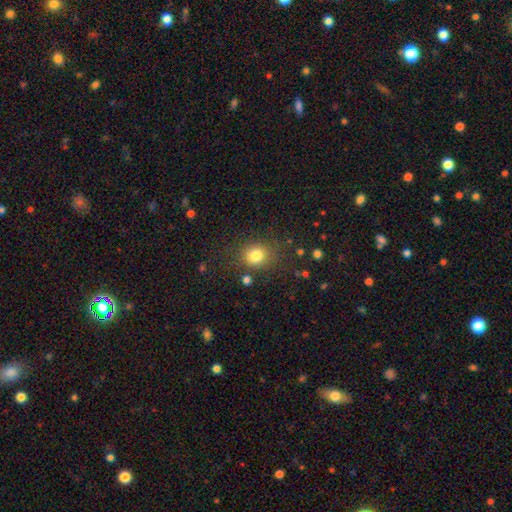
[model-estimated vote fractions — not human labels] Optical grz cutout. It shows a smooth galaxy with no disk features (80%) that is round (72%). Merging: none (78%).